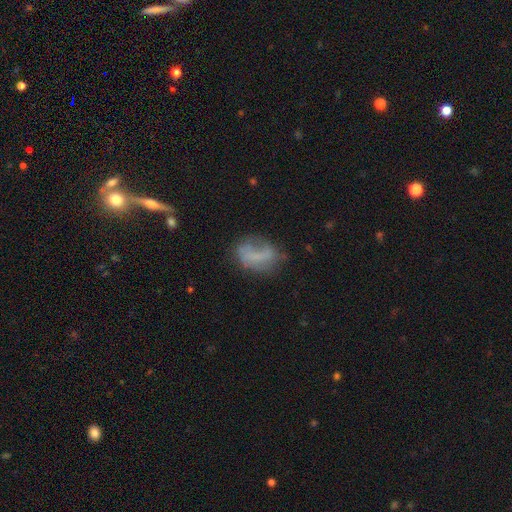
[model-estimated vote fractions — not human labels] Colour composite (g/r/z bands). It shows a smooth galaxy with no disk features (46%). Merging: none (47%).